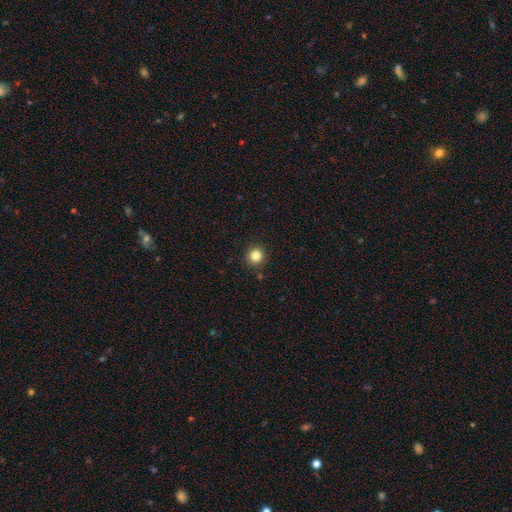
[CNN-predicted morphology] smooth_or_featured: smooth (p=0.83) [alt: star or artifact p=0.12]
how_rounded: round (p=0.92) [alt: in between p=0.07]
merging: none (p=0.91) [alt: minor disturbance p=0.05]